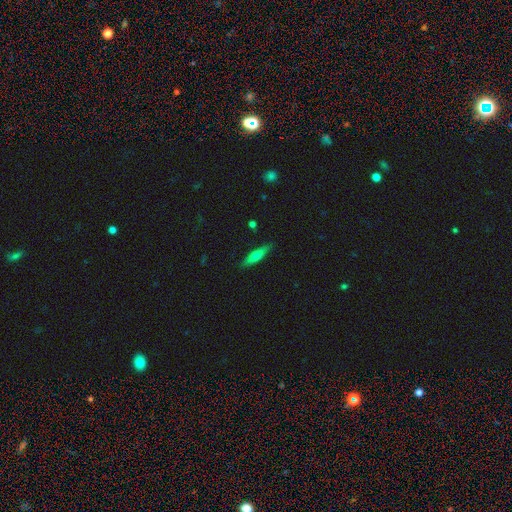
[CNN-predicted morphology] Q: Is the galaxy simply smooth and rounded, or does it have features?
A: smooth — 57%.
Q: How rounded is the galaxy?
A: cigar-shaped — 80%.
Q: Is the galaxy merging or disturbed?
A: none — 87%.